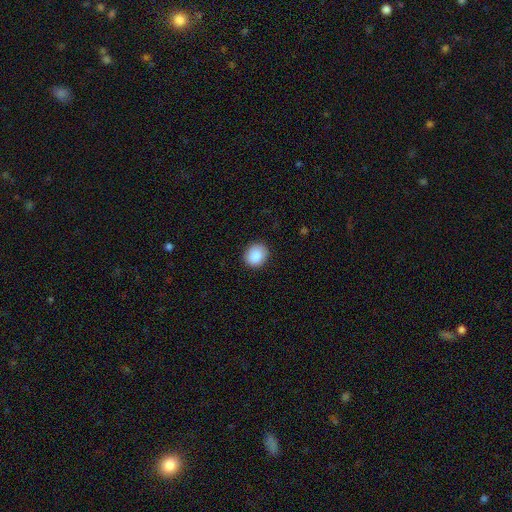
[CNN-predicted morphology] Smooth or featured? smooth (89%)
How rounded? round (71%)
Merging? none (89%)